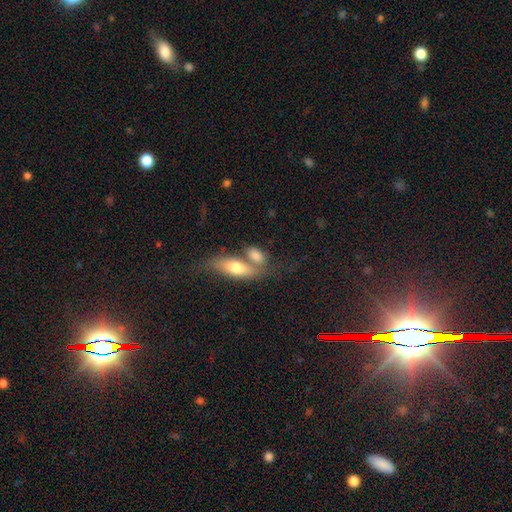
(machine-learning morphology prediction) Smooth or featured?
  - smooth: 73% *
  - featured or disk: 20%
  - star or artifact: 7%
How rounded?
  - in between: 79% *
  - cigar-shaped: 14%
  - round: 8%
Merging?
  - merger: 51% *
  - none: 32%
  - minor disturbance: 11%
  - major disturbance: 6%